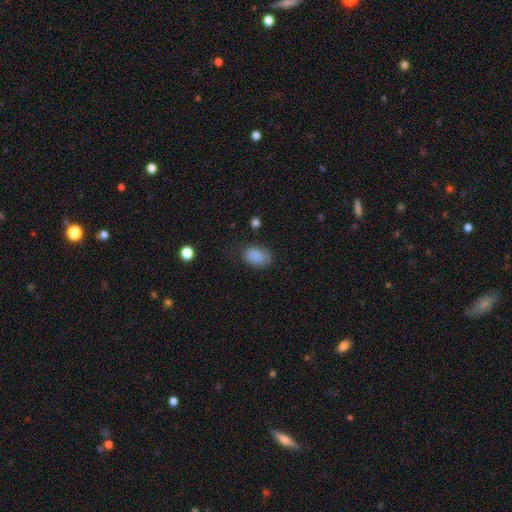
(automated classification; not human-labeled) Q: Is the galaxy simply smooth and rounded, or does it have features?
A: smooth — 87%.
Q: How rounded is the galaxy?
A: in between — 83%.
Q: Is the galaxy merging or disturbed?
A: none — 71%.